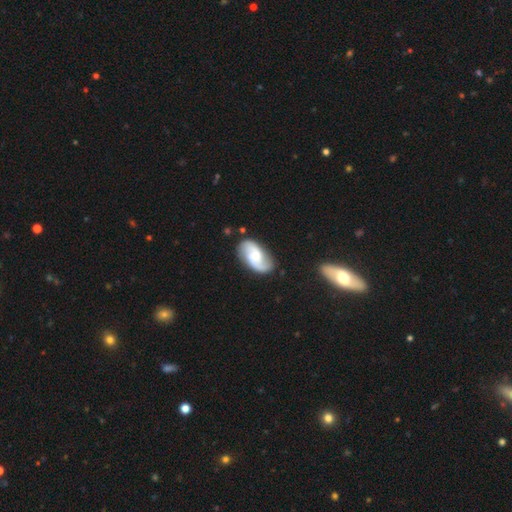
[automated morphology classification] type=featured or disk (77%); edge-on=no (97%); bar=no (55%); spiral arms=yes (95%); winding=loose (43%); arm count=2 (90%); bulge=moderate (48%); merging=none (78%).